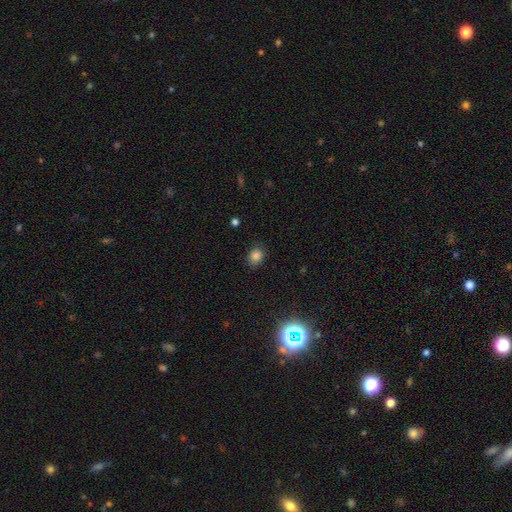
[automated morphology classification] Q: Smooth or featured?
A: smooth (81%); runner-up: star or artifact (14%)
Q: How rounded?
A: in between (50%); runner-up: round (48%)
Q: Merging?
A: none (82%); runner-up: minor disturbance (13%)